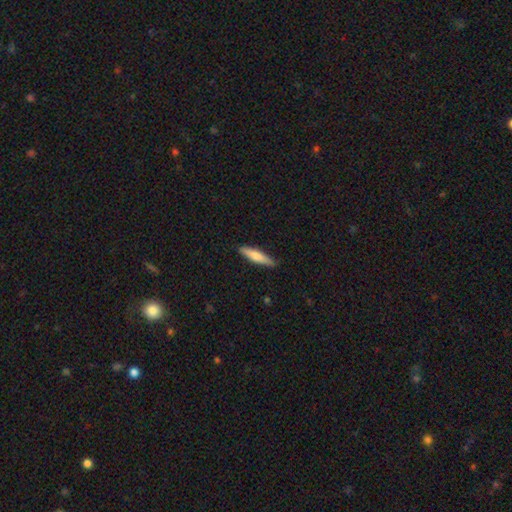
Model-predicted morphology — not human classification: smooth-or-featured: smooth: 66% | featured or disk: 28% | star or artifact: 5%
  how-rounded: cigar-shaped: 84% | in between: 15% | round: 1%
  merging: none: 89% | minor disturbance: 8% | major disturbance: 2% | merger: 1%